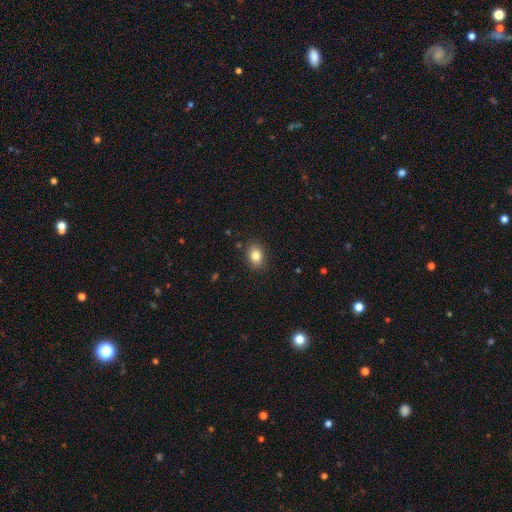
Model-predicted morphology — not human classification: A smooth galaxy with no disk features (84%) that is in between round and cigar-shaped (69%).

Vote fractions:
- Smooth or featured? smooth: 84% / star or artifact: 9% / featured or disk: 7%
- How rounded? in between: 69% / round: 30% / cigar-shaped: 1%
- Merging? none: 87% / minor disturbance: 9% / major disturbance: 2% / merger: 1%